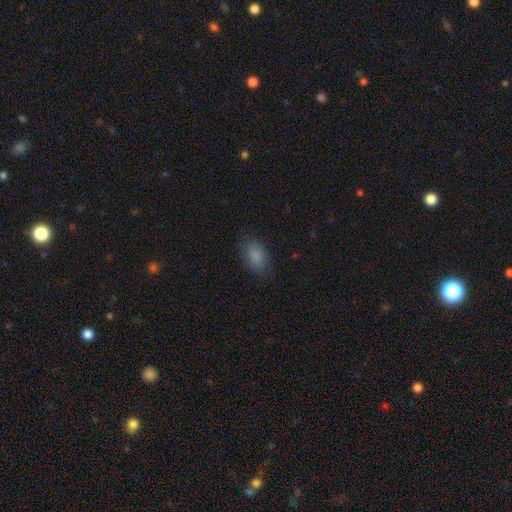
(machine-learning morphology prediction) smooth_or_featured: smooth (p=0.85) [alt: star or artifact p=0.09]
how_rounded: in between (p=0.88) [alt: round p=0.10]
merging: none (p=0.77) [alt: minor disturbance p=0.17]